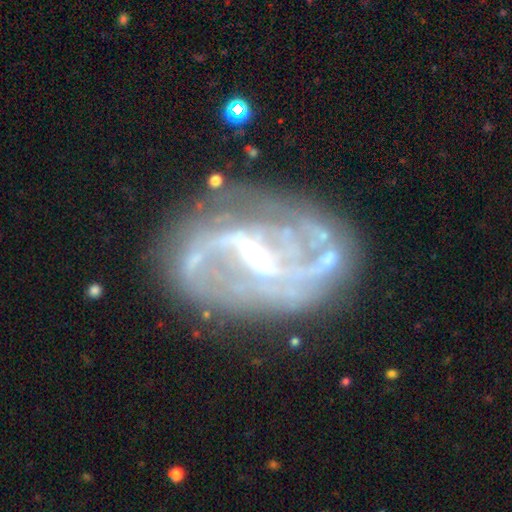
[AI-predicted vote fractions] A featured or disk galaxy (85%) with a weak bar (49%), 2 (52%) medium (40%, tied with loose) spiral arms (88%) and a small central bulge (49%).

Vote fractions:
- Smooth or featured? featured or disk: 85% / star or artifact: 8% / smooth: 7%
- Edge-on disk? no: 97% / yes: 3%
- Bar? weak: 49% / strong: 35% / no: 15%
- Spiral arms? yes: 88% / no: 12%
- Spiral winding? medium: 40% (tied) / loose: 40% (tied) / tight: 20%
- Spiral arm count? 2: 52% / can't tell: 22% / 3: 10% / 1: 7% / 4: 5% / more than 4: 4%
- Bulge size? small: 49% / moderate: 29% / none: 18% / large: 3% / dominant: 1%
- Merging? none: 59% / minor disturbance: 20% / major disturbance: 17% / merger: 4%